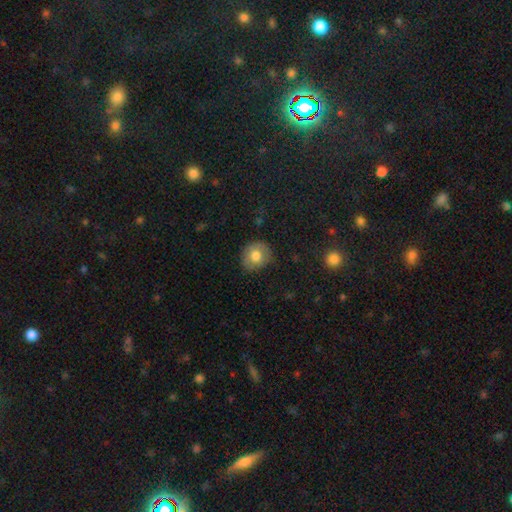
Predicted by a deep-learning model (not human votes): smooth 75%, featured or disk 16%, star or artifact 8%. Down the decision tree: how rounded — round (75%); merging — none (80%).